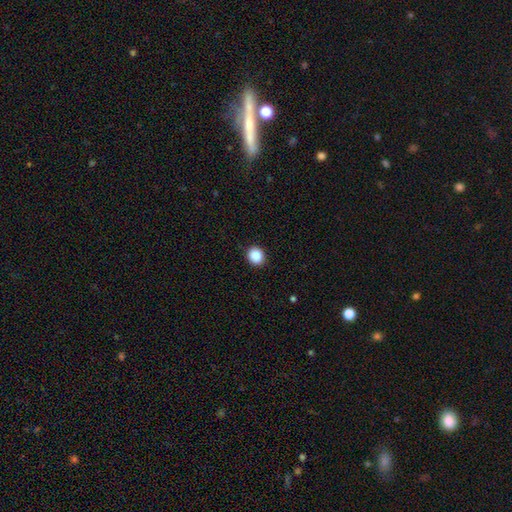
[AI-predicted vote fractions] Morphology: type=smooth (89%); roundness=round (75%); merging=none (91%).